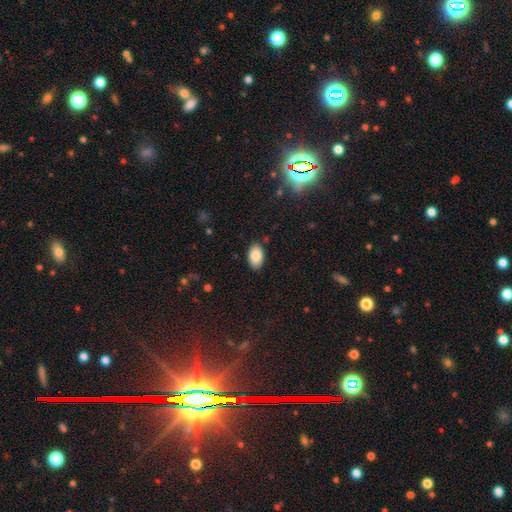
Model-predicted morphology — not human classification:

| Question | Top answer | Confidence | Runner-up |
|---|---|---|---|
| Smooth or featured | smooth | 87% | star or artifact (7%) |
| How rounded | in between | 94% | round (5%) |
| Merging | none | 87% | minor disturbance (9%) |